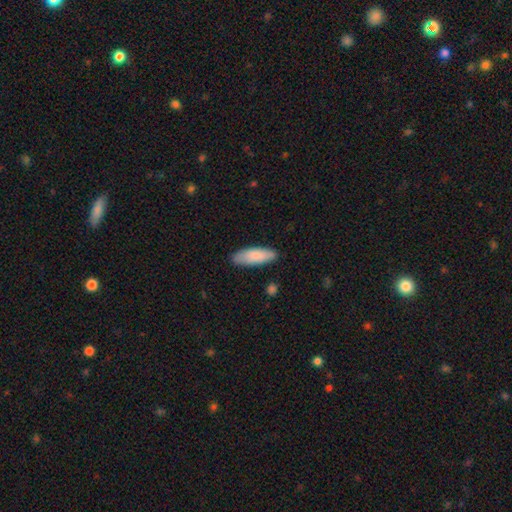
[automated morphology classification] This appears to be a smooth galaxy with no disk features (86%) that is in between round and cigar-shaped (61%). Merging: none (85%).